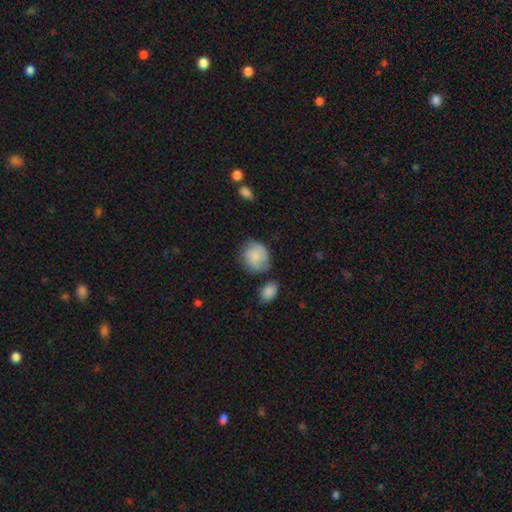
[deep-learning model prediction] Smooth or featured? smooth (72%)
How rounded? round (75%)
Merging? none (63%)